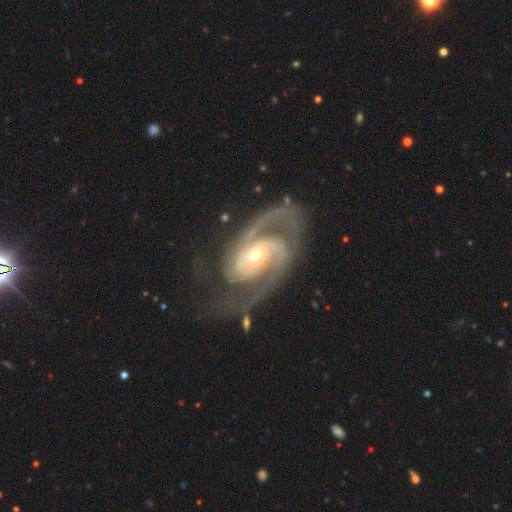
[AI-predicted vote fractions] The model was most divided on "spiral winding": medium: 46%, tight: 43%, loose: 12%. More confident: spiral arms — yes (98%); edge-on disk — no (97%); smooth or featured — featured or disk (92%); spiral arm count — 2 (77%); merging — none (59%); bulge size — small (57%); bar — no (52%).